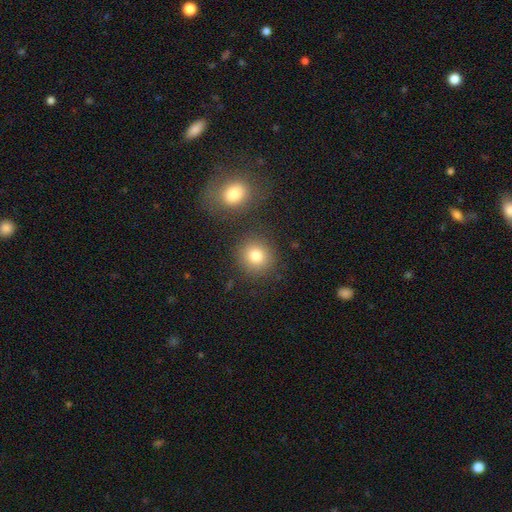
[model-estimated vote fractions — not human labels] Smooth or featured? Predicted: smooth (p=0.81). How rounded? Predicted: round (p=0.86). Merging? Predicted: none (p=0.82).